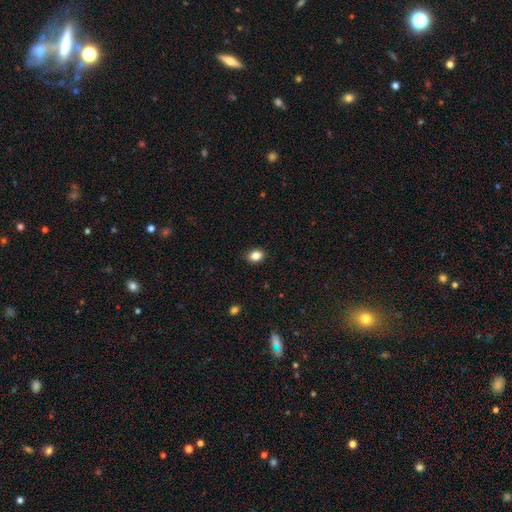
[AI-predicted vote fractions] smooth_or_featured: smooth (p=0.85) [alt: star or artifact p=0.10]
how_rounded: in between (p=0.63) [alt: round p=0.36]
merging: none (p=0.89) [alt: minor disturbance p=0.08]